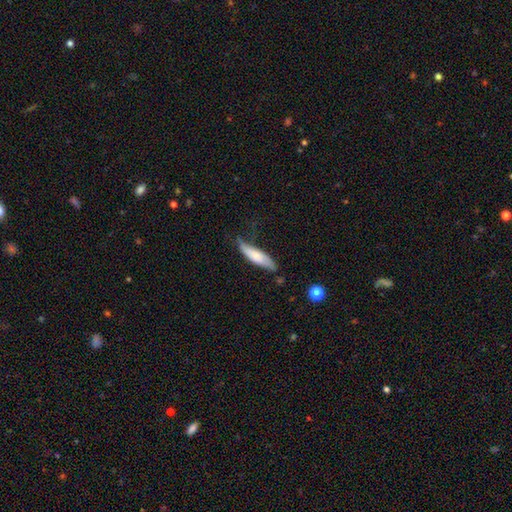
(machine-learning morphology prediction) Smooth or featured?
  - smooth: 66% *
  - featured or disk: 28%
  - star or artifact: 6%
How rounded?
  - cigar-shaped: 65% *
  - in between: 34%
  - round: 2%
Merging?
  - none: 50% *
  - minor disturbance: 35%
  - major disturbance: 10%
  - merger: 4%